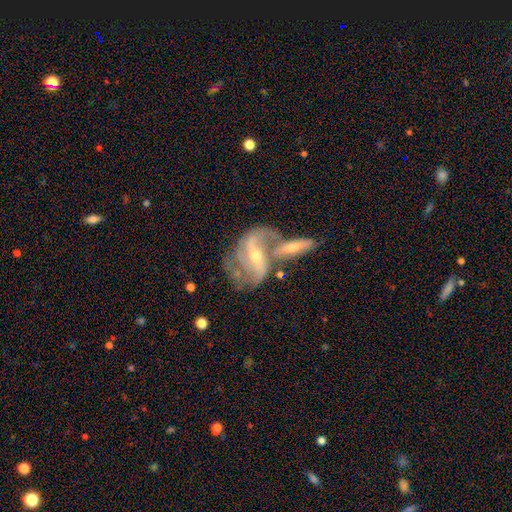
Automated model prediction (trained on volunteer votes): Smooth or featured: featured or disk — 88% (smooth — 7%)
Edge-on disk: no — 95% (yes — 5%)
Bar: weak — 39% (tied with strong — 39%)
Spiral arms: yes — 95% (no — 5%)
Spiral winding: medium — 46% (loose — 35%)
Spiral arm count: 2 — 70% (can't tell — 11%)
Bulge size: small — 54% (moderate — 43%)
Merging: merger — 47% (none — 30%)